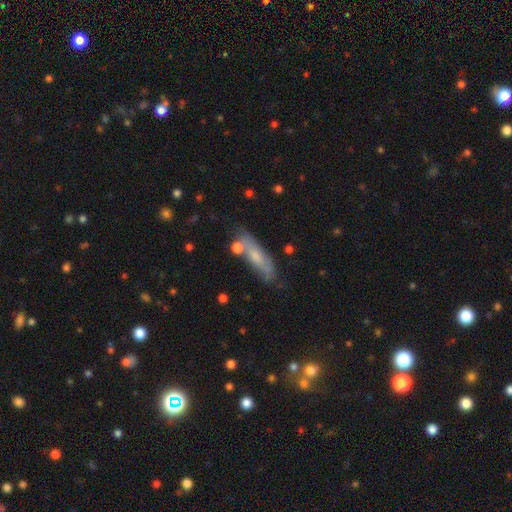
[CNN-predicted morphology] Overall: smooth (54%; featured or disk 38%). How rounded: cigar-shaped (56%; in between 41%). Merging: none (61%; minor disturbance 22%).